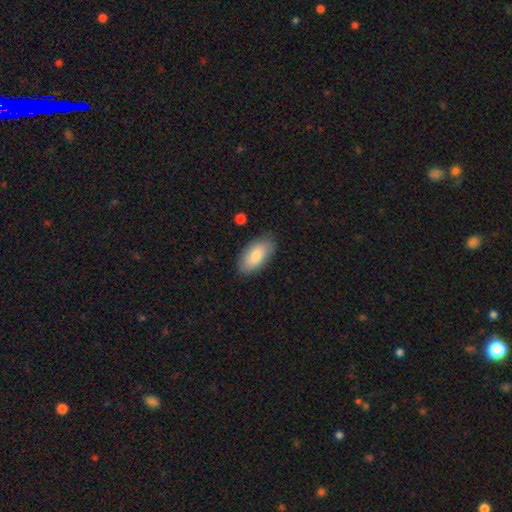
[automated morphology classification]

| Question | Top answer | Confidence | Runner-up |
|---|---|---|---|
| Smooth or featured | smooth | 82% | featured or disk (12%) |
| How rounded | in between | 93% | cigar-shaped (4%) |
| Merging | none | 82% | minor disturbance (13%) |